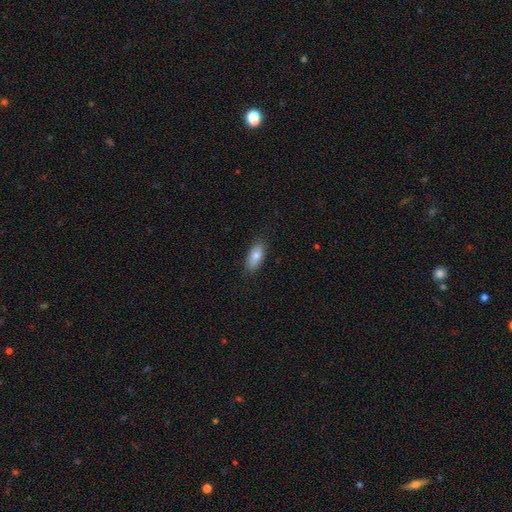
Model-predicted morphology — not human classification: type=smooth (81%); roundness=in between (82%); merging=none (85%).